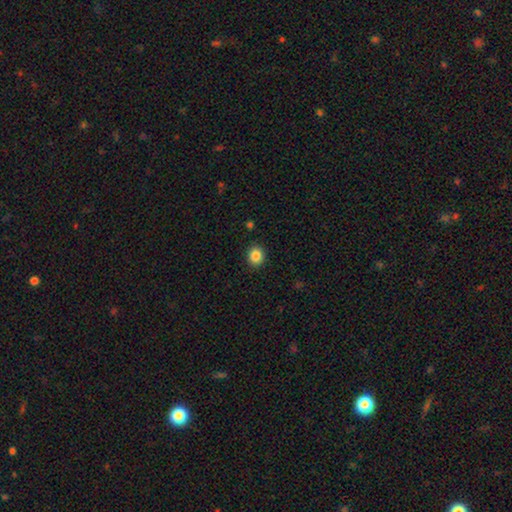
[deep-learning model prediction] A smooth galaxy with no disk features (86%) that is round (73%).

Vote fractions:
- Smooth or featured? smooth: 86% / star or artifact: 10% / featured or disk: 4%
- How rounded? round: 73% / in between: 26% / cigar-shaped: 1%
- Merging? none: 91% / minor disturbance: 6% / major disturbance: 2% / merger: 1%